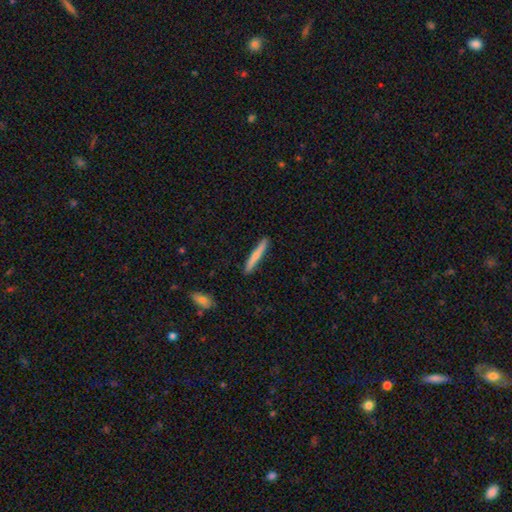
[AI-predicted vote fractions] This appears to be a smooth galaxy with no disk features (68%) that is cigar-shaped (95%). Merging: none (90%).